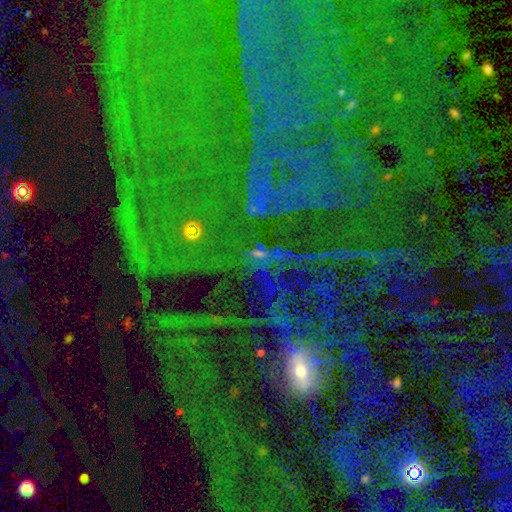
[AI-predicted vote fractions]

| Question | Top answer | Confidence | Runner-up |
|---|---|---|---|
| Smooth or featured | star or artifact | 79% | featured or disk (11%) |